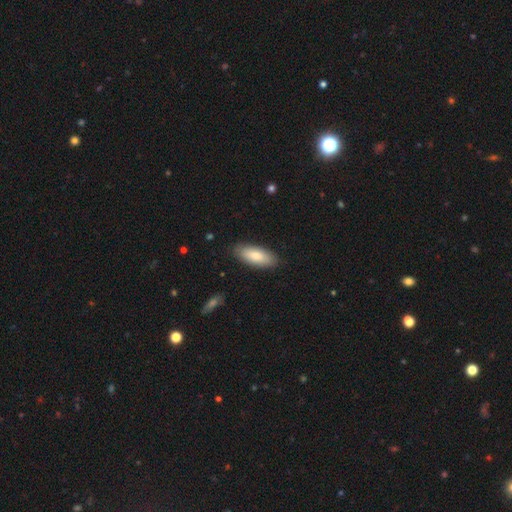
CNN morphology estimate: smooth-or-featured: smooth: 82% | featured or disk: 12% | star or artifact: 5%
  how-rounded: in between: 78% | cigar-shaped: 20% | round: 2%
  merging: none: 87% | minor disturbance: 10% | major disturbance: 2% | merger: 1%